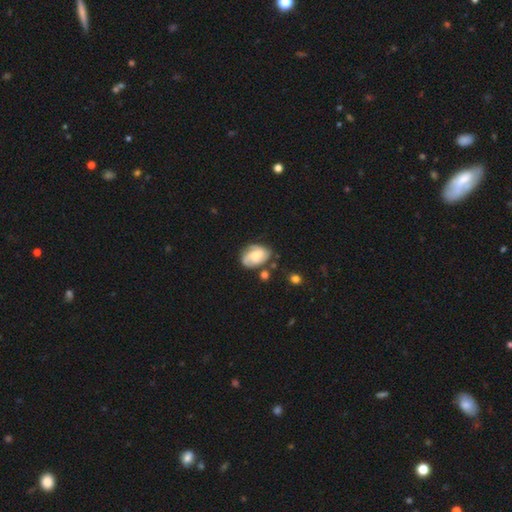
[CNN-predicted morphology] Overall: featured or disk (61%; smooth 32%). Edge-on disk: no (97%). Bar: no (62%; weak 32%). Spiral arms: yes (91%). Spiral arm count: 2 (47%; 3 22%). Spiral winding: medium (41%; tight 40%). Bulge size: moderate (40%; small 26%). Merging: none (61%; minor disturbance 23%).